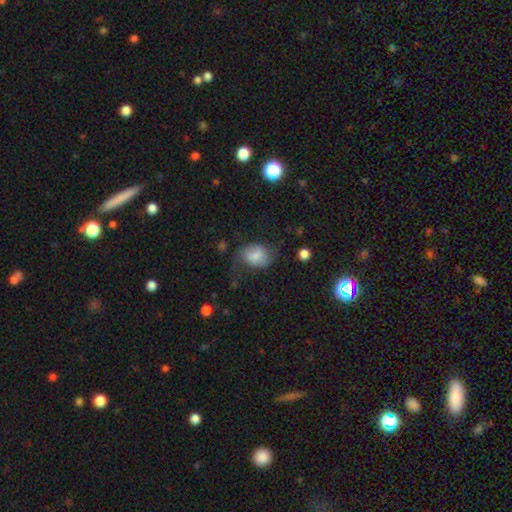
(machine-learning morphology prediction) This is likely a smooth galaxy (63%). How rounded: likely in between (63%). Merging: marginally none (43%).